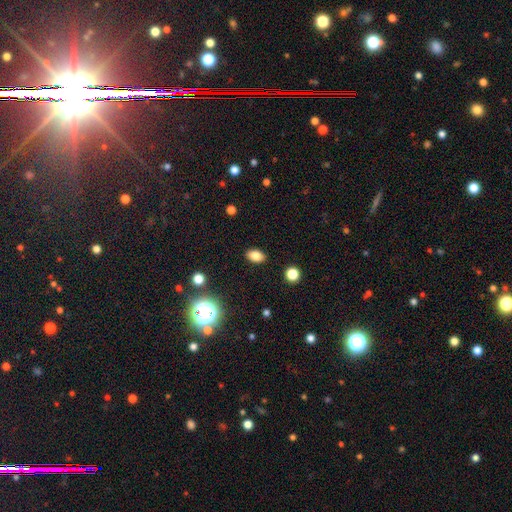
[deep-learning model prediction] Q: Smooth or featured?
A: smooth (81%); runner-up: star or artifact (12%)
Q: How rounded?
A: in between (86%); runner-up: round (12%)
Q: Merging?
A: none (88%); runner-up: minor disturbance (8%)